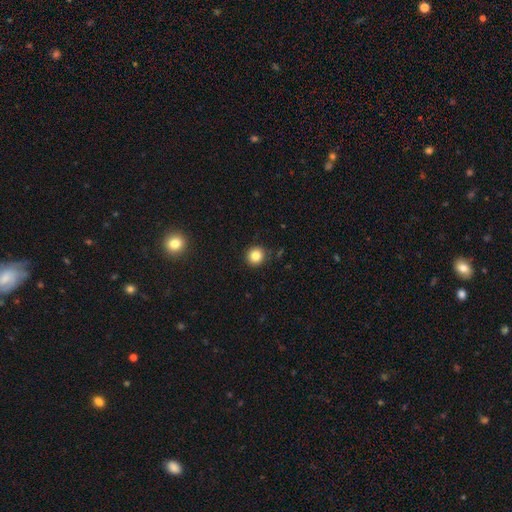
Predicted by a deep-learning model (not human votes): Overall: smooth (84%). How rounded: round (92%). Merging: none (90%).